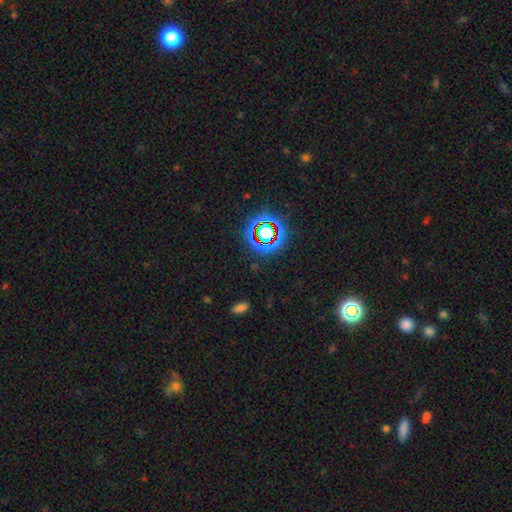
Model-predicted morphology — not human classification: type=star or artifact (70%).